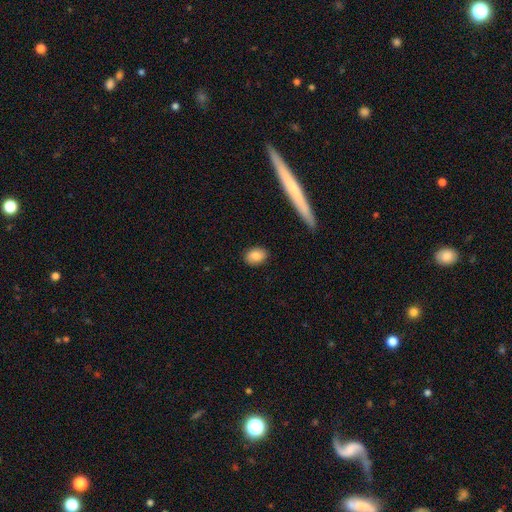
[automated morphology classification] smooth-or-featured: smooth: 83% | featured or disk: 10% | star or artifact: 7%
  how-rounded: in between: 78% | round: 20% | cigar-shaped: 2%
  merging: none: 86% | minor disturbance: 10% | major disturbance: 2% | merger: 1%